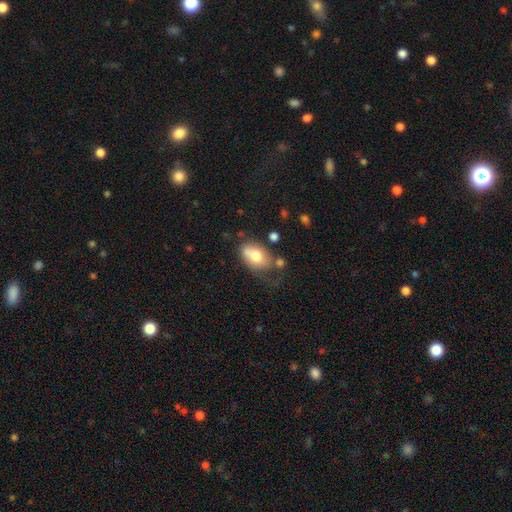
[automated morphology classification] Smooth or featured? Predicted: smooth (p=0.69). How rounded? Predicted: in between (p=0.82). Merging? Predicted: none (p=0.41).